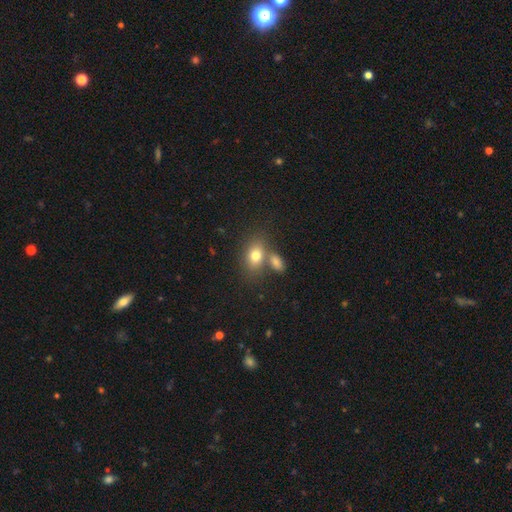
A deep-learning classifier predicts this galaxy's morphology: Q: Smooth or featured?
A: smooth (77%); runner-up: featured or disk (13%)
Q: How rounded?
A: in between (78%); runner-up: round (20%)
Q: Merging?
A: none (50%); runner-up: merger (34%)